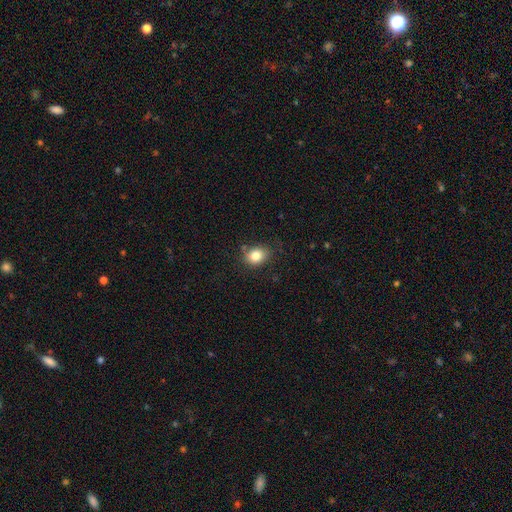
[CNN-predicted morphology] Smooth or featured?
  - smooth: 82% *
  - star or artifact: 10%
  - featured or disk: 8%
How rounded?
  - in between: 54% *
  - round: 45%
  - cigar-shaped: 1%
Merging?
  - none: 78% *
  - minor disturbance: 15%
  - major disturbance: 4%
  - merger: 3%